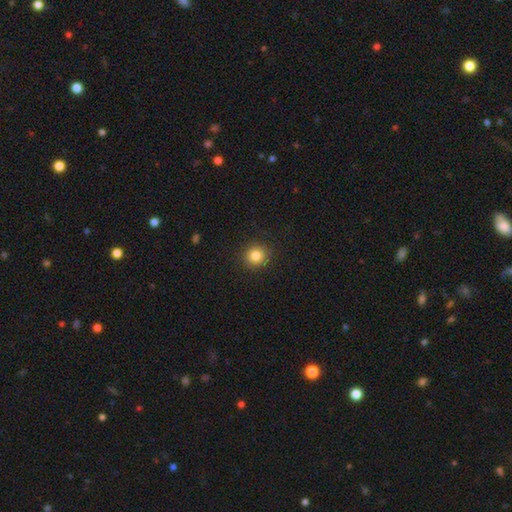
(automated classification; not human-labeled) smooth_or_featured: smooth (p=0.84) [alt: star or artifact p=0.11]
how_rounded: round (p=0.90) [alt: in between p=0.09]
merging: none (p=0.90) [alt: minor disturbance p=0.07]